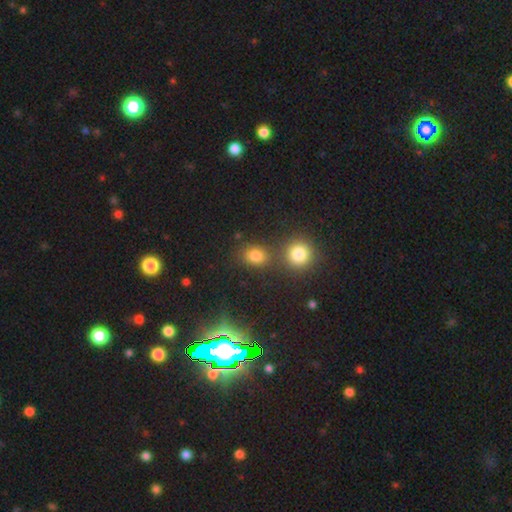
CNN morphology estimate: This appears to be a smooth galaxy with no disk features (76%) that is round (55%). Merging: none (66%).